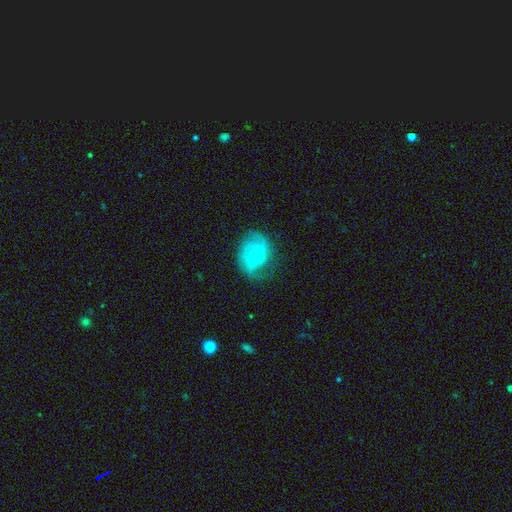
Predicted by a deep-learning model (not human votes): This is likely a featured or disk galaxy (66%). It is clearly not viewed edge-on (97%). Bar: marginally no (45%). Spiral arm pattern: clearly yes (84%). Spiral arm count: likely 2 (62%). Spiral winding: marginally medium (45%). Central bulge: possibly moderate (49%). Merging: likely none (60%).